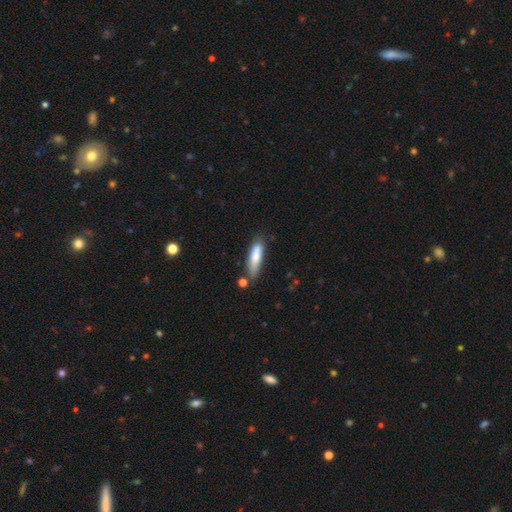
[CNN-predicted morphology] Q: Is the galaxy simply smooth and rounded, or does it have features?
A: smooth — 75%.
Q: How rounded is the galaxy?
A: cigar-shaped — 65%.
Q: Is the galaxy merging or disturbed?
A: none — 64%.